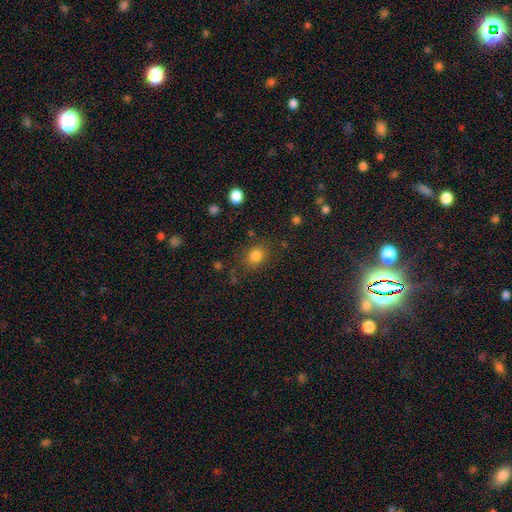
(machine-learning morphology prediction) The model was most divided on "how rounded": round: 61%, in between: 38%, cigar-shaped: 1%. More confident: smooth or featured — smooth (82%); merging — none (79%).